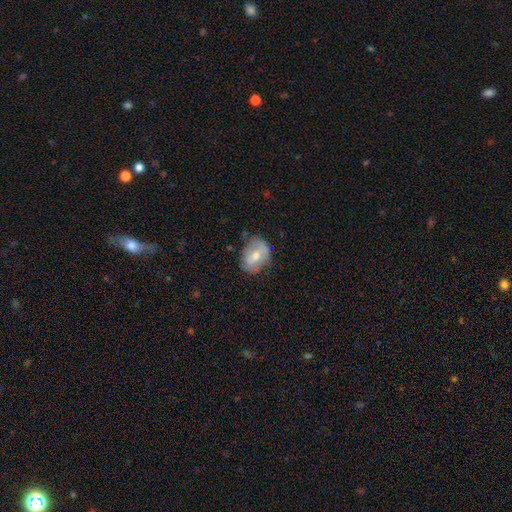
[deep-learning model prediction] smooth 55%, featured or disk 38%, star or artifact 7%. Down the decision tree: how rounded — in between (66%); merging — none (65%).